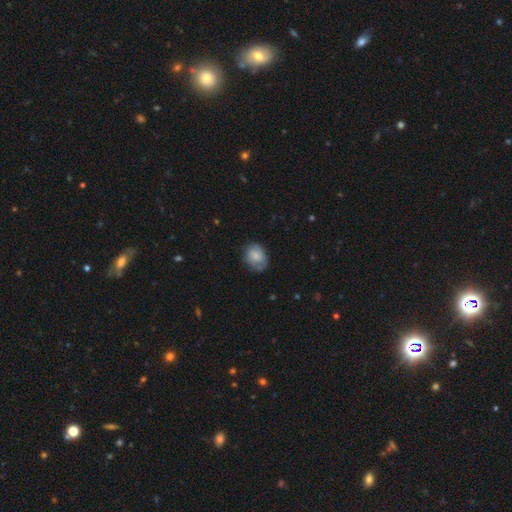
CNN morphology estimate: Smooth or featured?
  - smooth: 75% *
  - featured or disk: 17%
  - star or artifact: 8%
How rounded?
  - in between: 52% *
  - round: 47%
  - cigar-shaped: 1%
Merging?
  - none: 61% *
  - minor disturbance: 29%
  - major disturbance: 9%
  - merger: 2%